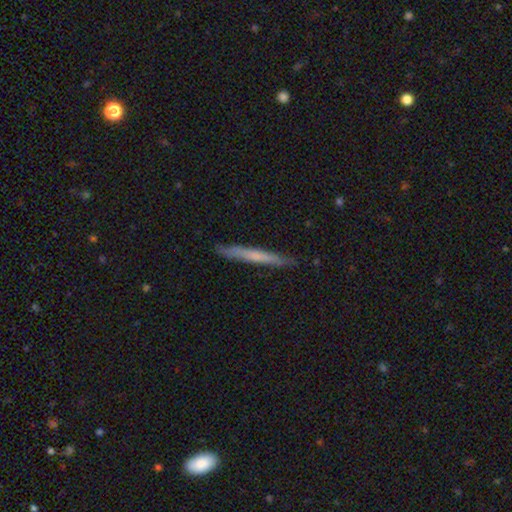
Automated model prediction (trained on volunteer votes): This is possibly a smooth galaxy (53%). How rounded: clearly cigar-shaped (96%). Merging: clearly none (88%).